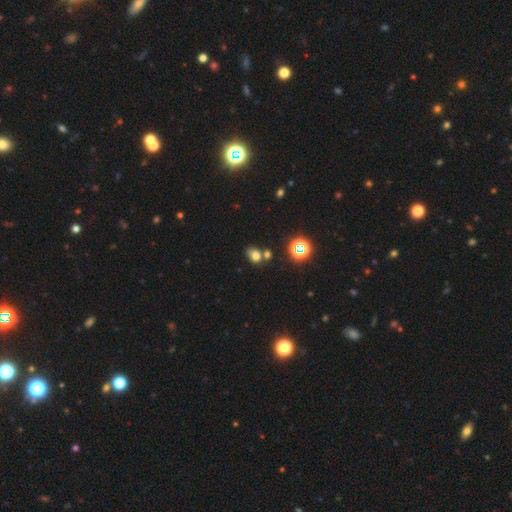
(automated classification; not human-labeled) smooth_or_featured: smooth (p=0.71) [alt: star or artifact p=0.20]
how_rounded: in between (p=0.65) [alt: round p=0.34]
merging: none (p=0.58) [alt: merger p=0.25]